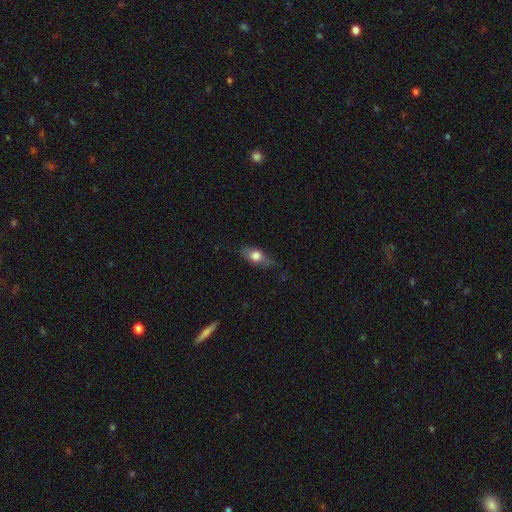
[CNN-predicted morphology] Smooth or featured? smooth (69%)
How rounded? in between (73%)
Merging? none (69%)